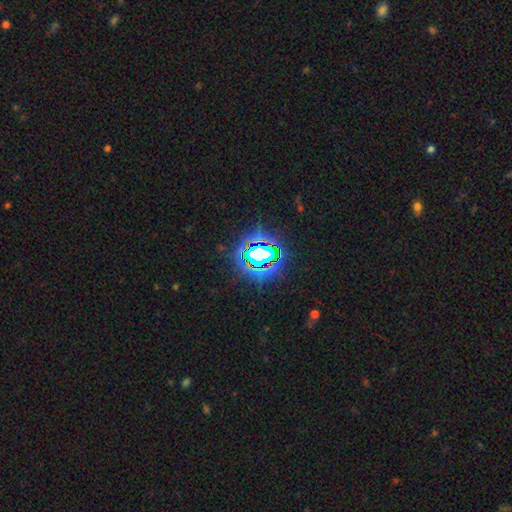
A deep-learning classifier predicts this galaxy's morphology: This appears to be a star or artifact, not a galaxy (74%).